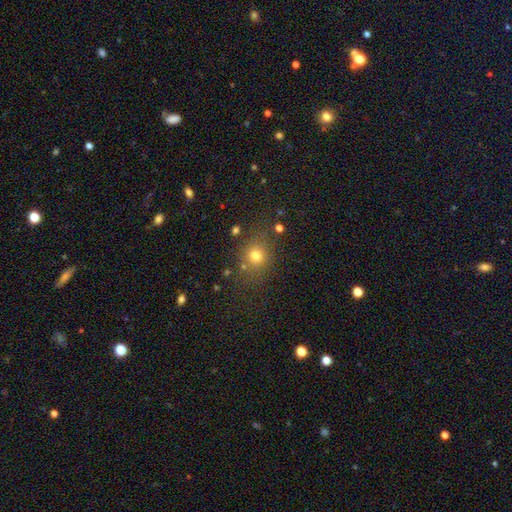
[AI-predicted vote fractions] Smooth or featured? Predicted: smooth (p=0.74). How rounded? Predicted: round (p=0.79). Merging? Predicted: none (p=0.76).